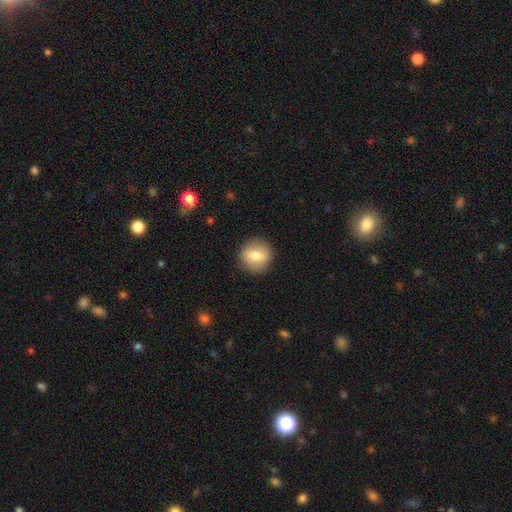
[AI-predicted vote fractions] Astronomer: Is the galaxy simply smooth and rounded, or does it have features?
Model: smooth — 70%.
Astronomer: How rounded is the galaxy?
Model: round — 88%.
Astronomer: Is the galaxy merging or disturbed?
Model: none — 89%.